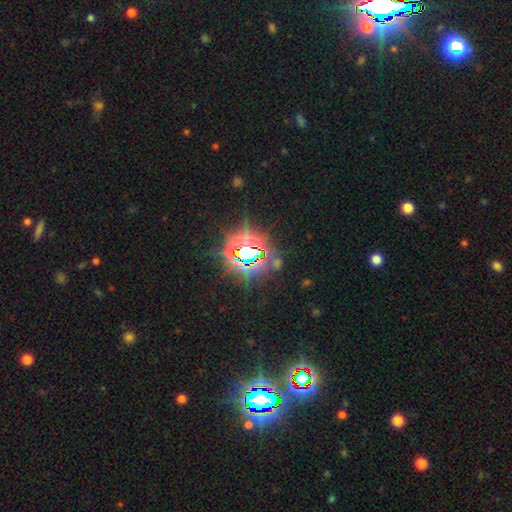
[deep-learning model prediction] A star or artifact, not a galaxy (82%).